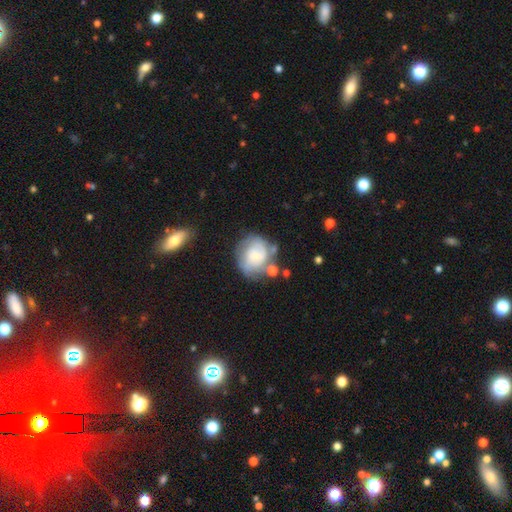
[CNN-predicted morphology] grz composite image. It shows a featured or disk galaxy (51%). Merging: none (48%).